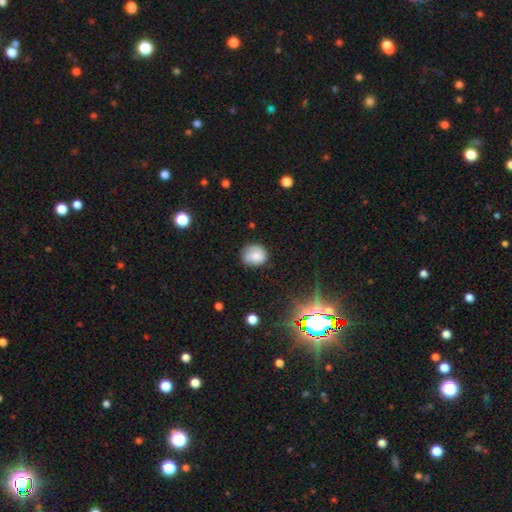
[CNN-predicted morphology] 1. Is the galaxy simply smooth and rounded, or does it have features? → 68% smooth, 22% featured or disk, 10% star or artifact.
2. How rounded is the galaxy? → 67% round, 32% in between, 1% cigar-shaped.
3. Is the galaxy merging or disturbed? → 67% none, 24% minor disturbance, 7% major disturbance, 2% merger.